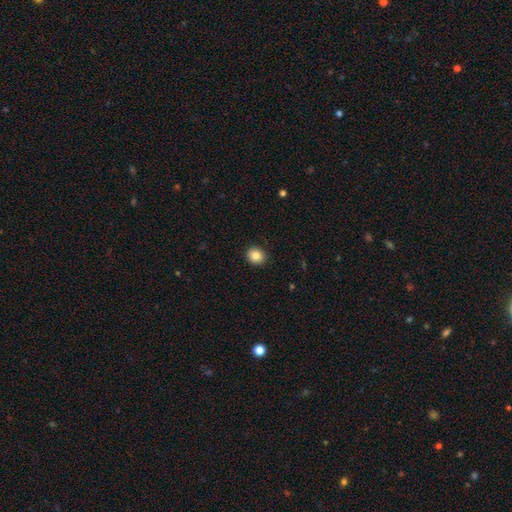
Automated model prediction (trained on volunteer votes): Overall: smooth (85%). How rounded: round (79%). Merging: none (91%).